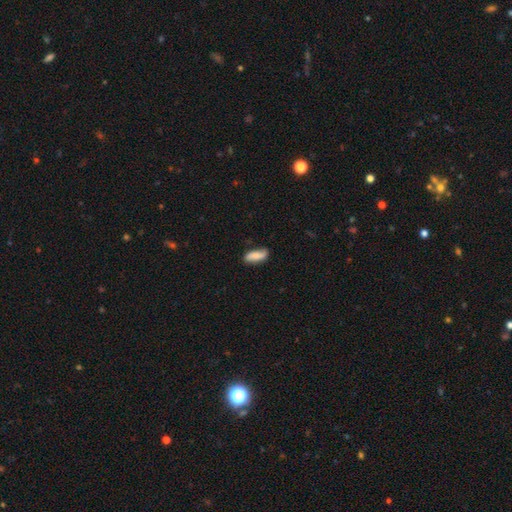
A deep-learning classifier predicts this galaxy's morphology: A smooth galaxy with no disk features (78%) that is in between round and cigar-shaped (72%).

Vote fractions:
- Smooth or featured? smooth: 78% / featured or disk: 16% / star or artifact: 6%
- How rounded? in between: 72% / cigar-shaped: 26% / round: 2%
- Merging? none: 75% / minor disturbance: 19% / major disturbance: 3% / merger: 2%